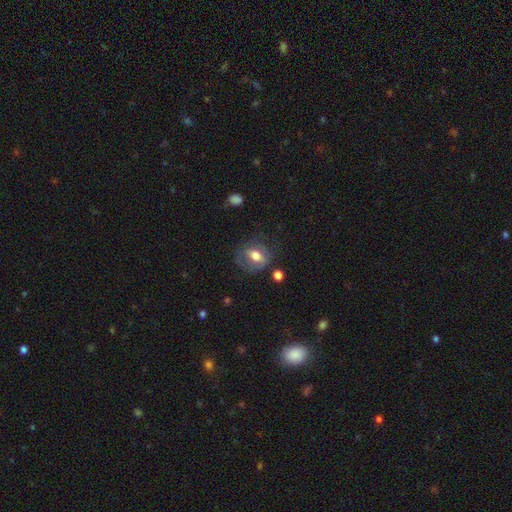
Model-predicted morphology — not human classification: This appears to be a smooth galaxy with no disk features (50%) that is in between round and cigar-shaped (54%). Merging: none (57%).